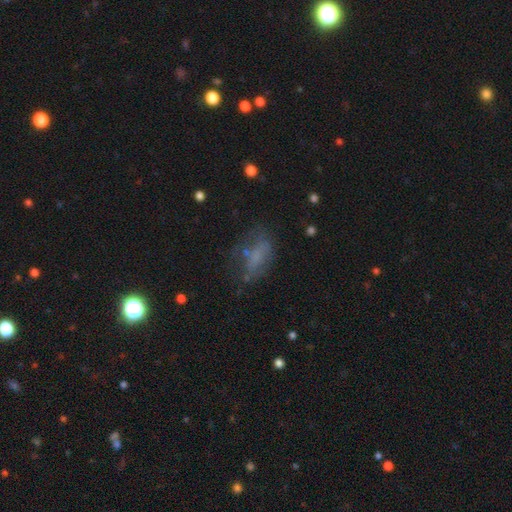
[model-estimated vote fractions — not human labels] The model was most divided on "smooth or featured": smooth: 51%, featured or disk: 31%, star or artifact: 18%. Remaining: how rounded — in between (79%); merging — none (46%).